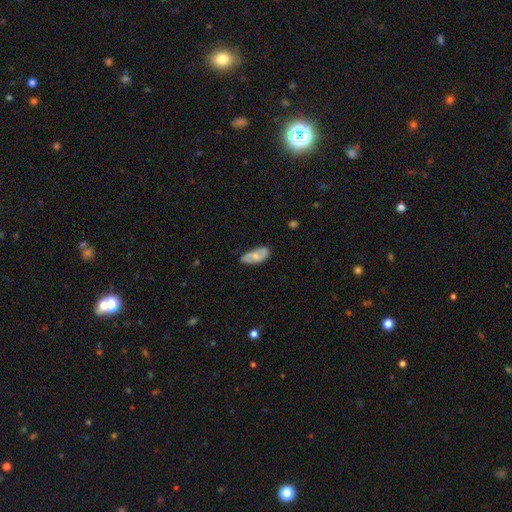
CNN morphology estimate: This is possibly a smooth galaxy (51%). How rounded: clearly in between (88%). Merging: likely none (71%).